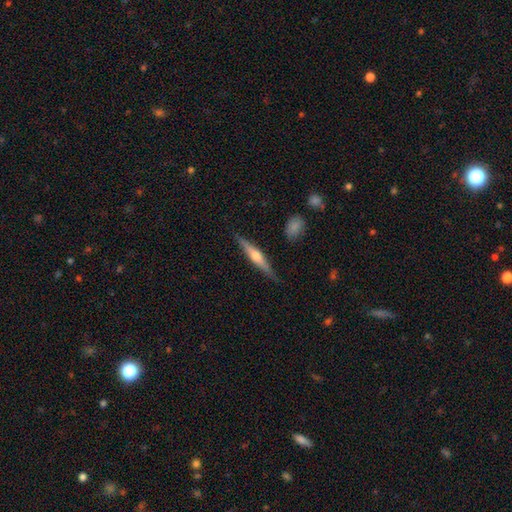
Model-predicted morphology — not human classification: smooth-or-featured: featured or disk: 67% | smooth: 28% | star or artifact: 6%
  disk-edge-on: yes: 97% | no: 3%
    edge-on-bulge: rounded: 88% | boxy: 7% | none: 6%
  merging: none: 88% | minor disturbance: 9% | major disturbance: 2% | merger: 2%